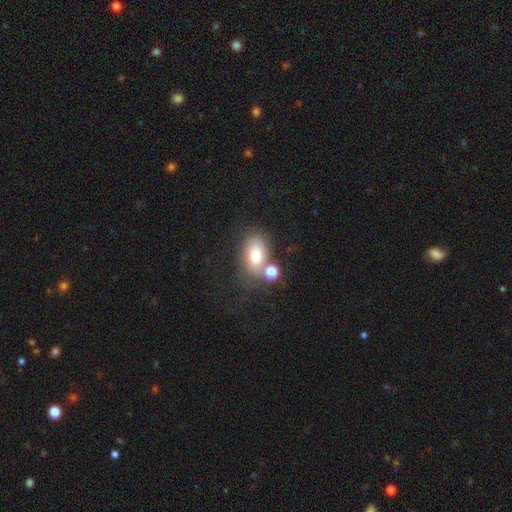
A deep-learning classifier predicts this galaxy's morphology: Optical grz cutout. It shows a smooth galaxy with no disk features (73%) that is in between round and cigar-shaped (83%). Merging: none (58%).